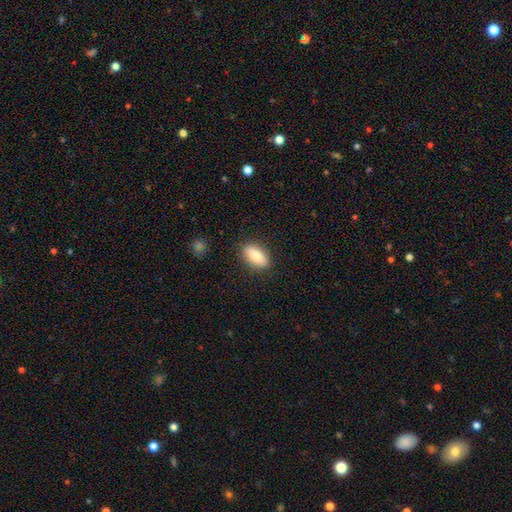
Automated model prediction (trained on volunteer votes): smooth_or_featured: smooth (p=0.79) [alt: featured or disk p=0.14]
how_rounded: in between (p=0.84) [alt: cigar-shaped p=0.12]
merging: none (p=0.86) [alt: minor disturbance p=0.10]